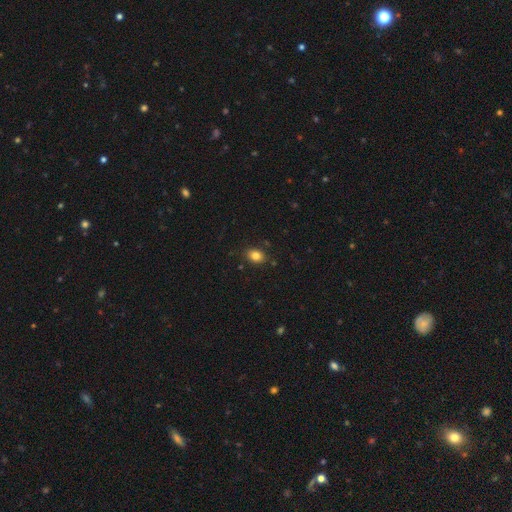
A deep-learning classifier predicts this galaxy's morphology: smooth-or-featured: smooth: 83% | star or artifact: 11% | featured or disk: 7%
  how-rounded: in between: 65% | round: 34% | cigar-shaped: 1%
  merging: none: 85% | minor disturbance: 10% | major disturbance: 2% | merger: 2%